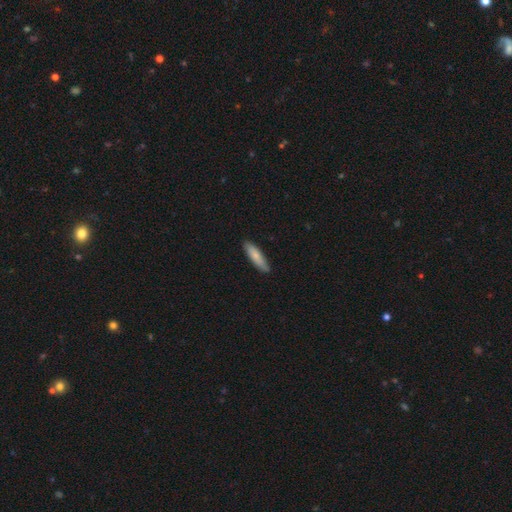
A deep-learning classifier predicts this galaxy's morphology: Q: Smooth or featured?
A: smooth (80%); runner-up: featured or disk (15%)
Q: How rounded?
A: cigar-shaped (71%); runner-up: in between (27%)
Q: Merging?
A: none (86%); runner-up: minor disturbance (11%)